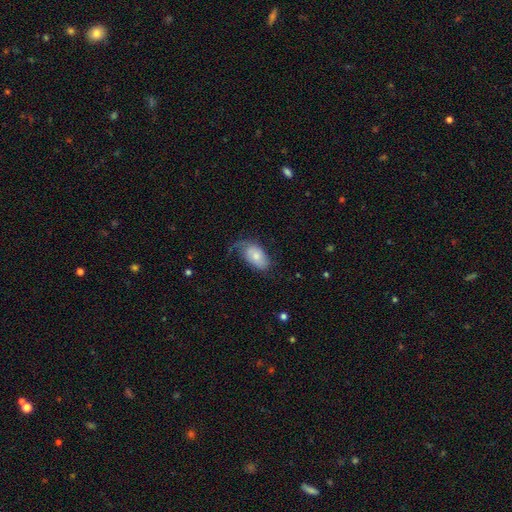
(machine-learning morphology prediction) type=smooth (63%); roundness=in between (93%); merging=none (45%).